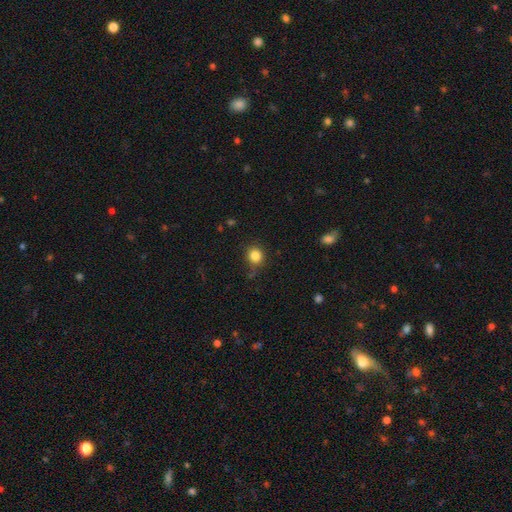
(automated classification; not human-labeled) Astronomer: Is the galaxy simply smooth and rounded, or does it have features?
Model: smooth — 84%.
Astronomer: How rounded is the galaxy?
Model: round — 88%.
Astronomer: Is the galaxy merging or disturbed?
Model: none — 79%.